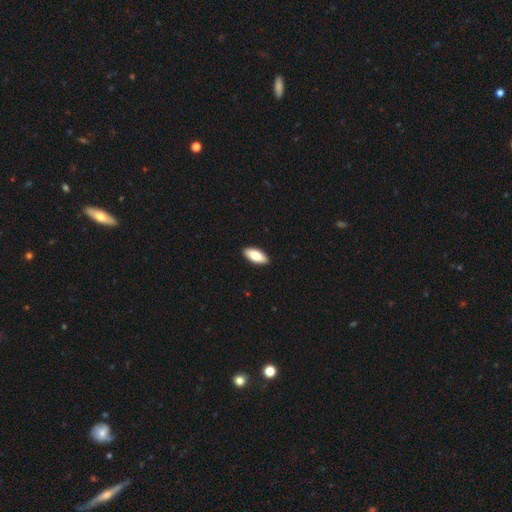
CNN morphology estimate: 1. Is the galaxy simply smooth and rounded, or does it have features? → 79% smooth, 15% featured or disk, 6% star or artifact.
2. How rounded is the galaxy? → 85% in between, 12% cigar-shaped, 2% round.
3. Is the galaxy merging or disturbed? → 91% none, 6% minor disturbance, 1% major disturbance, 1% merger.